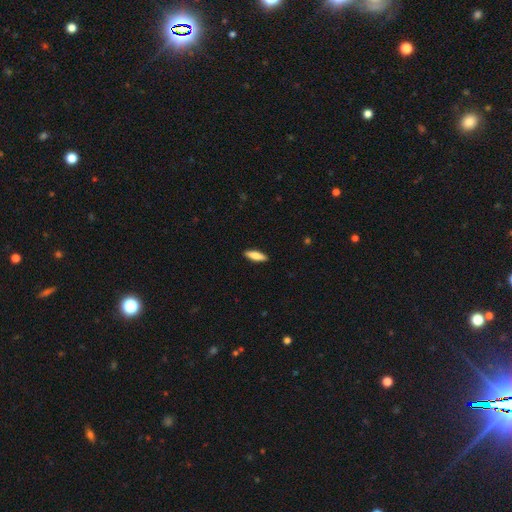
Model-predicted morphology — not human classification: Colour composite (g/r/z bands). It shows a smooth galaxy with no disk features (81%) that is cigar-shaped (53%). Merging: none (90%).